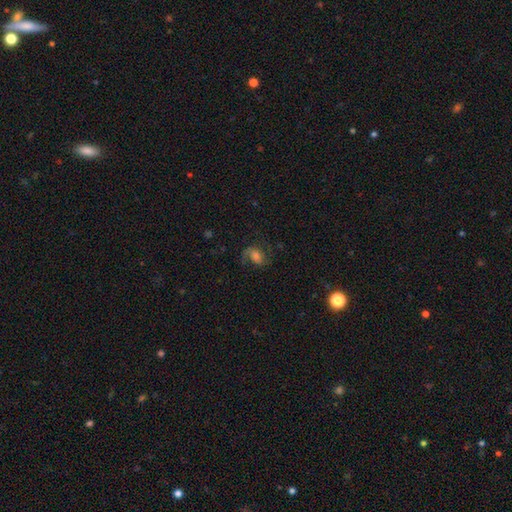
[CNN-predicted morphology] A featured or disk galaxy (58%) with no bar (48%), 2 (68%) loose (45%) spiral arms (91%) and a moderate central bulge (38%).

Vote fractions:
- Smooth or featured? featured or disk: 58% / smooth: 27% / star or artifact: 15%
- Edge-on disk? no: 96% / yes: 4%
- Bar? no: 48% / weak: 40% / strong: 12%
- Spiral arms? yes: 91% / no: 9%
- Spiral winding? loose: 45% / medium: 42% / tight: 13%
- Spiral arm count? 2: 68% / 1: 22% / can't tell: 6% / 3: 2% / 4: 1% / more than 4: 1%
- Bulge size? moderate: 38% / small: 26% / large: 20% / none: 12% / dominant: 4%
- Merging? none: 62% / major disturbance: 19% / minor disturbance: 17% / merger: 2%